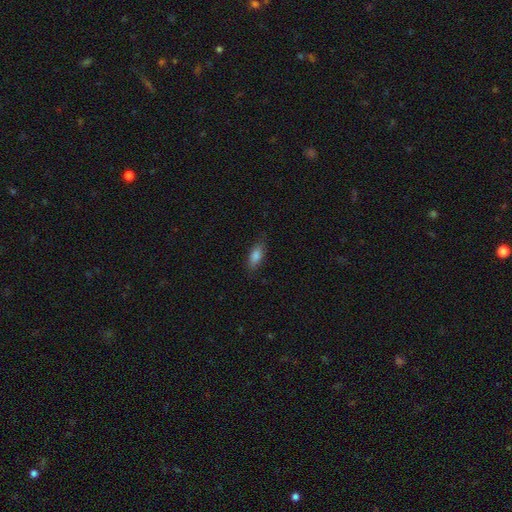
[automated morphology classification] This is clearly a smooth galaxy (82%). How rounded: likely in between (77%). Merging: clearly none (80%).